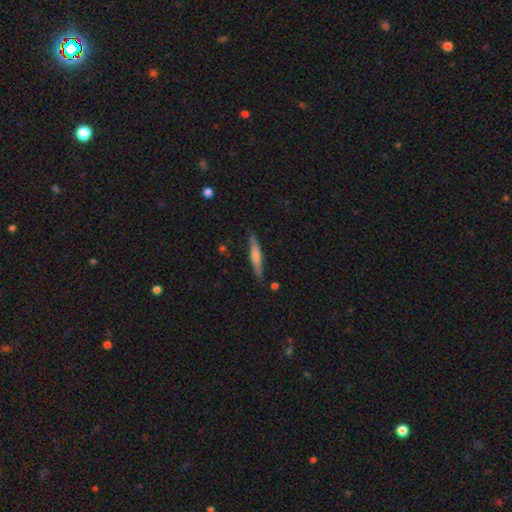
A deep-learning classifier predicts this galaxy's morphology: Q: Smooth or featured?
A: smooth (54%); runner-up: featured or disk (41%)
Q: How rounded?
A: cigar-shaped (92%); runner-up: in between (7%)
Q: Merging?
A: none (84%); runner-up: minor disturbance (12%)